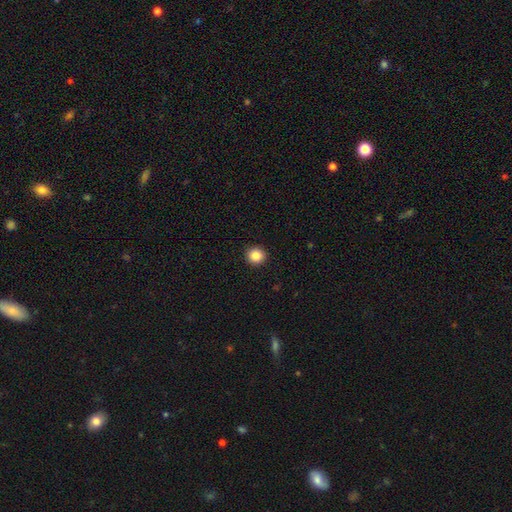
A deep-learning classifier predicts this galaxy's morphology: Smooth or featured? smooth (86%)
How rounded? round (91%)
Merging? none (93%)